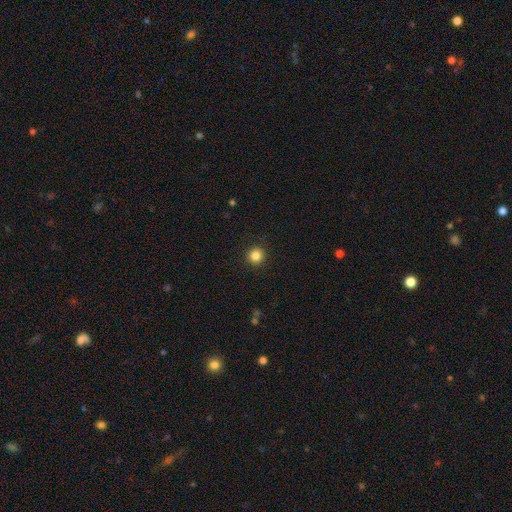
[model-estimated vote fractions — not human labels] Smooth or featured?
  - smooth: 85% *
  - star or artifact: 11%
  - featured or disk: 4%
How rounded?
  - round: 95% *
  - in between: 4%
  - cigar-shaped: 1%
Merging?
  - none: 93% *
  - minor disturbance: 5%
  - major disturbance: 2%
  - merger: 1%